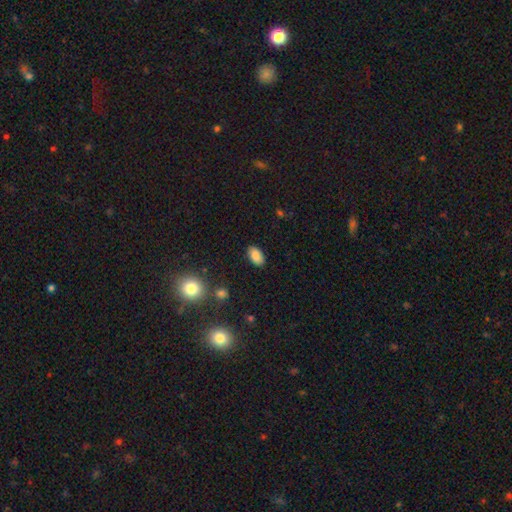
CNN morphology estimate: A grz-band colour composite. It shows a smooth galaxy with no disk features (86%) that is in between round and cigar-shaped (93%). Merging: none (88%).